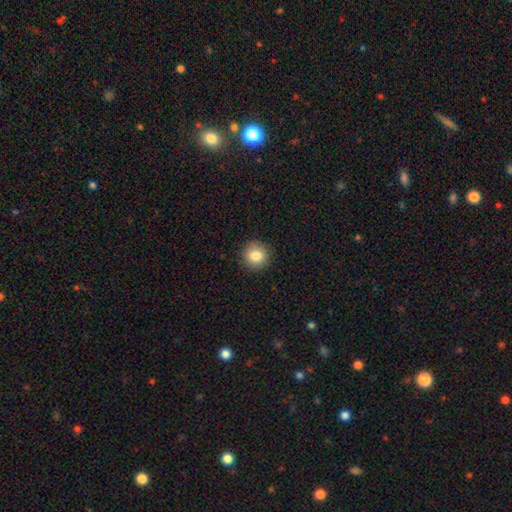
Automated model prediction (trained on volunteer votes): smooth 83%, star or artifact 10%, featured or disk 8%. Down the decision tree: how rounded — round (92%); merging — none (90%).